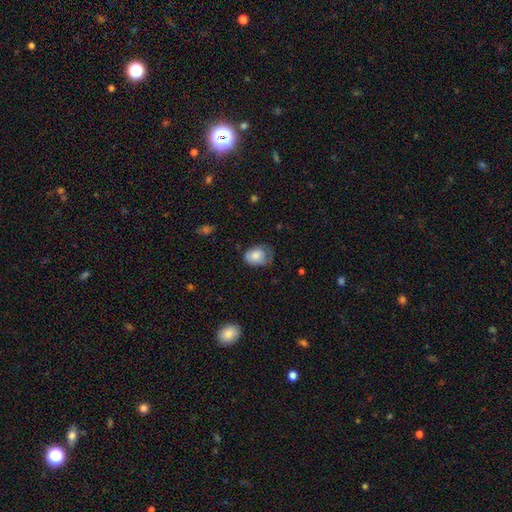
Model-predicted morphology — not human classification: smooth_or_featured: smooth (p=0.75) [alt: featured or disk p=0.18]
how_rounded: in between (p=0.69) [alt: round p=0.30]
merging: none (p=0.45) [alt: minor disturbance p=0.37]